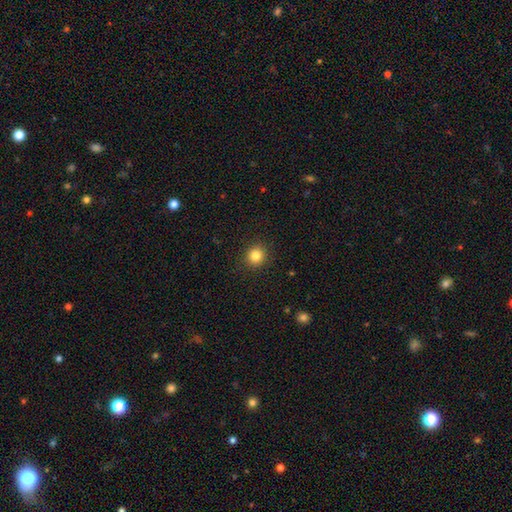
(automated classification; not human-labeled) Smooth or featured? smooth (84%)
How rounded? round (91%)
Merging? none (91%)